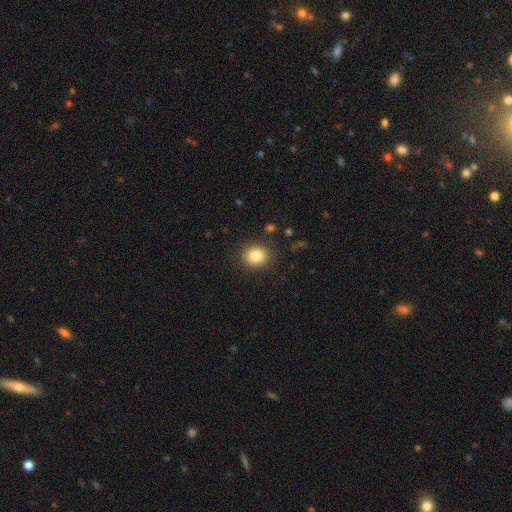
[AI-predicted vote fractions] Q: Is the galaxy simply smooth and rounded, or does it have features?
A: smooth — 84%.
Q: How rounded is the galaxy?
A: round — 75%.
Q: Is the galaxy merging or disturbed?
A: none — 88%.